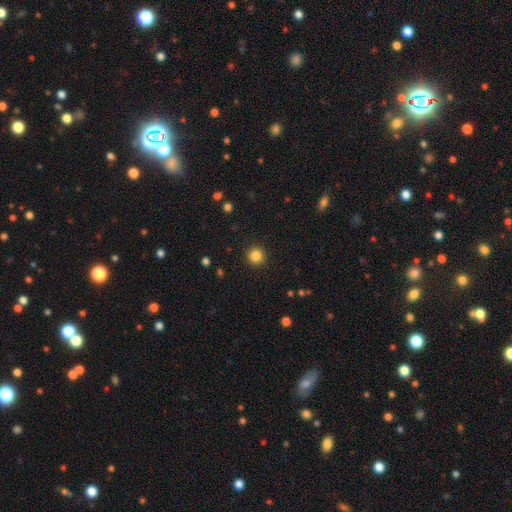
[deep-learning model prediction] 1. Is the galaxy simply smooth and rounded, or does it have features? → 85% smooth, 11% star or artifact, 4% featured or disk.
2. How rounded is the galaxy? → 95% round, 4% in between, 1% cigar-shaped.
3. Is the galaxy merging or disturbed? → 92% none, 5% minor disturbance, 2% major disturbance, 1% merger.